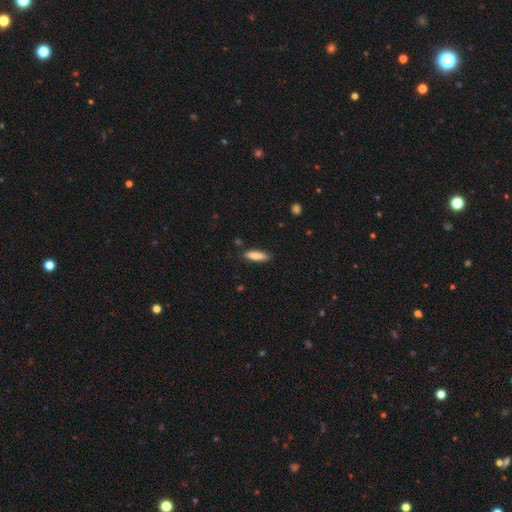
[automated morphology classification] Smooth or featured? smooth (85%)
How rounded? cigar-shaped (62%)
Merging? none (85%)